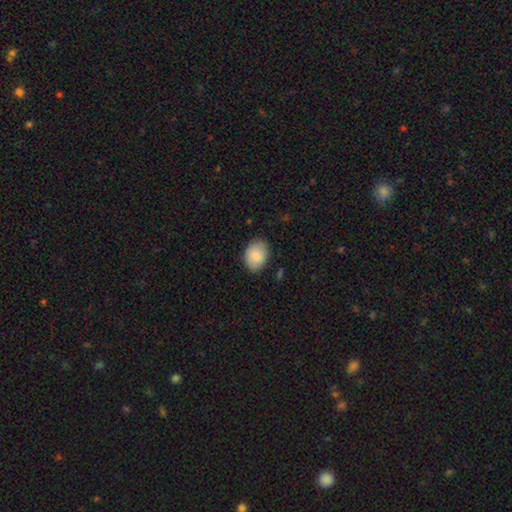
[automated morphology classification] Smooth or featured?
  - smooth: 85% *
  - featured or disk: 8%
  - star or artifact: 7%
How rounded?
  - in between: 71% *
  - round: 28%
  - cigar-shaped: 1%
Merging?
  - none: 82% *
  - minor disturbance: 14%
  - major disturbance: 3%
  - merger: 1%